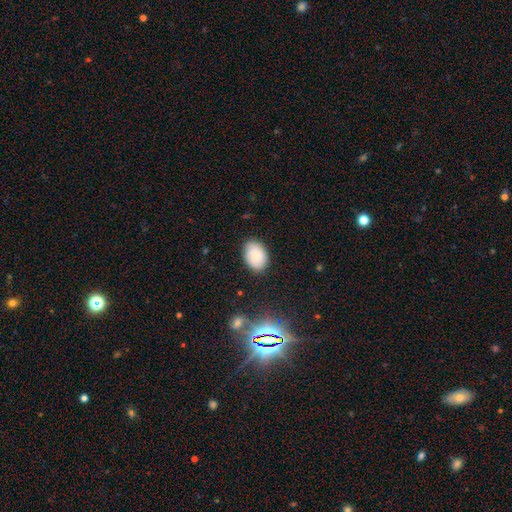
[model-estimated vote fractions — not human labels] smooth-or-featured: smooth: 79% | featured or disk: 13% | star or artifact: 8%
  how-rounded: in between: 81% | round: 18% | cigar-shaped: 1%
  merging: none: 82% | minor disturbance: 14% | major disturbance: 3% | merger: 1%